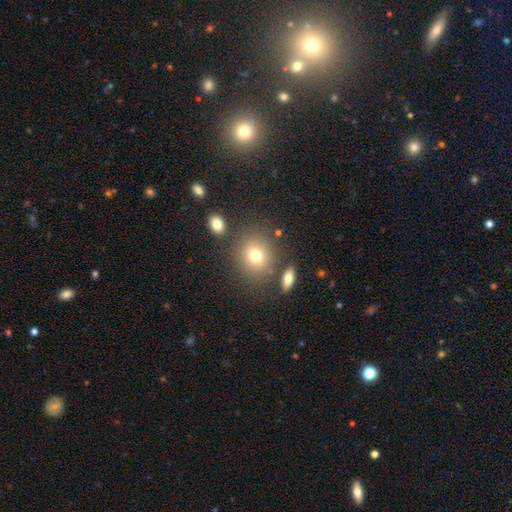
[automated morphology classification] A smooth galaxy with no disk features (74%) that is round (78%). Merging: none (78%).